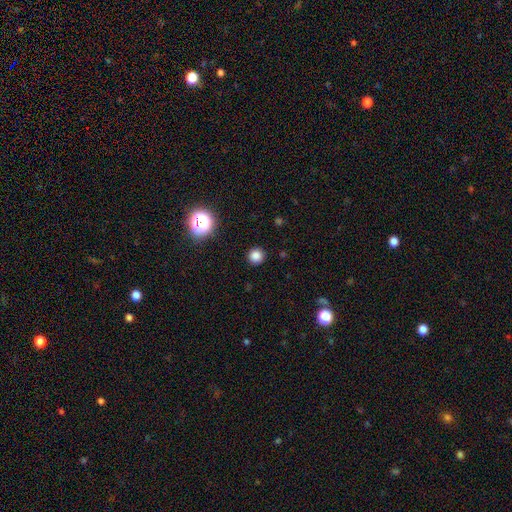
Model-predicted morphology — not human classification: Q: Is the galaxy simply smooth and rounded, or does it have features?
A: smooth — 82%.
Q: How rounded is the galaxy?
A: round — 94%.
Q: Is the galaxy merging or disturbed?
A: none — 91%.